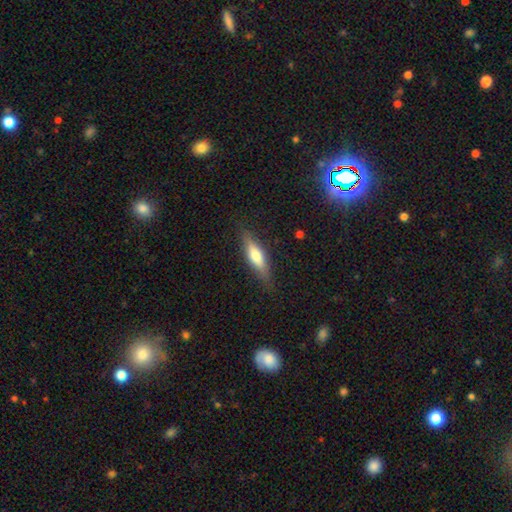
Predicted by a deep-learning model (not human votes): smooth_or_featured: smooth (p=0.55) [alt: featured or disk p=0.39]
how_rounded: cigar-shaped (p=0.64) [alt: in between p=0.33]
merging: none (p=0.84) [alt: minor disturbance p=0.12]